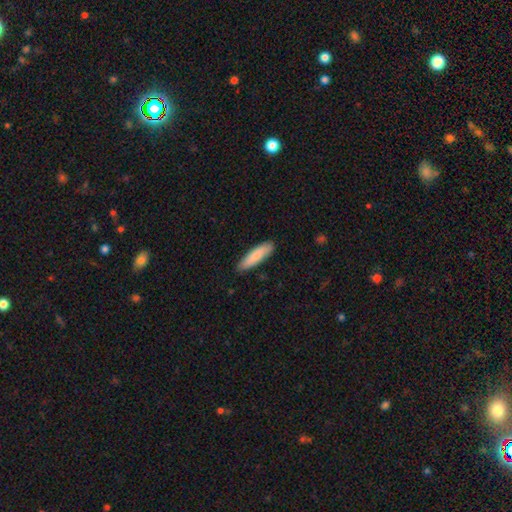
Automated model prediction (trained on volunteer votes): Smooth or featured: smooth — 84% (featured or disk — 11%)
How rounded: cigar-shaped — 68% (in between — 30%)
Merging: none — 86% (minor disturbance — 11%)